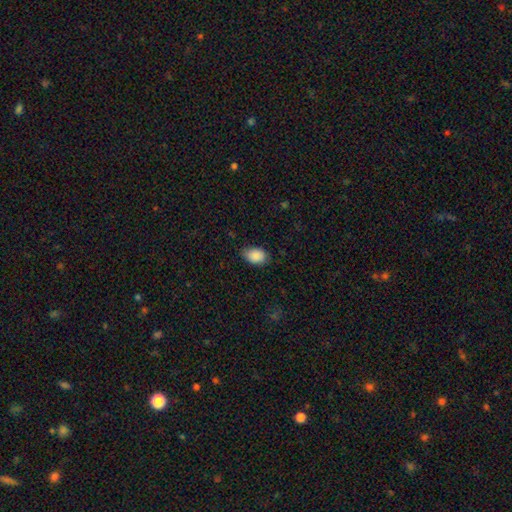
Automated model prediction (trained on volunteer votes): smooth_or_featured: smooth (p=0.89) [alt: star or artifact p=0.07]
how_rounded: in between (p=0.84) [alt: round p=0.15]
merging: none (p=0.77) [alt: minor disturbance p=0.19]